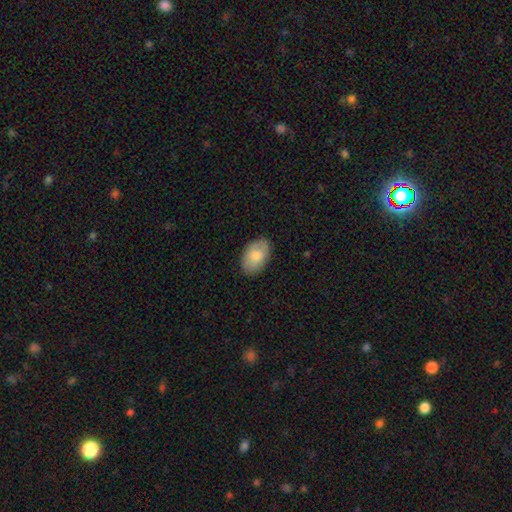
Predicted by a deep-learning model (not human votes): This is likely a smooth galaxy (79%). How rounded: clearly in between (92%). Merging: clearly none (85%).